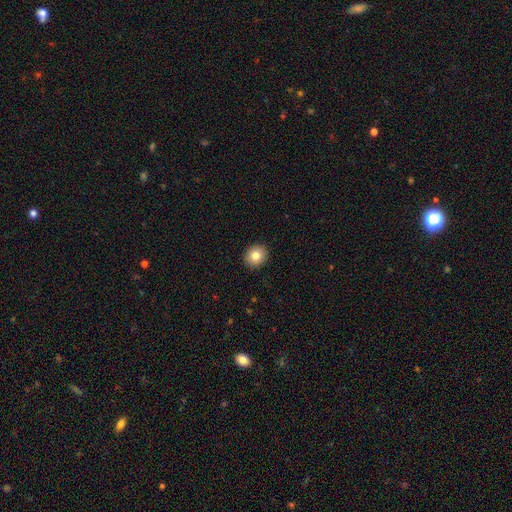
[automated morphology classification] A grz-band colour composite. It shows a smooth galaxy with no disk features (81%) that is round (81%). Merging: none (92%).